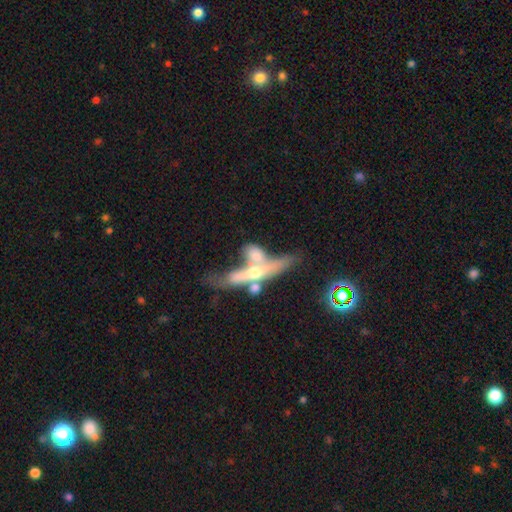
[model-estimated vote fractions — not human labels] smooth_or_featured: featured or disk (p=0.56) [alt: smooth p=0.37]
disk_edge_on: yes (p=0.63) [alt: no p=0.37]
merging: merger (p=0.55) [alt: none p=0.22]